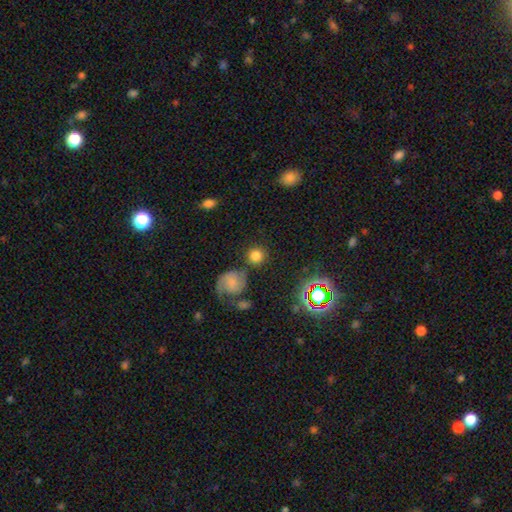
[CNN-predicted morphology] Q: Smooth or featured?
A: smooth (75%); runner-up: star or artifact (14%)
Q: How rounded?
A: round (92%); runner-up: in between (6%)
Q: Merging?
A: none (74%); runner-up: merger (12%)